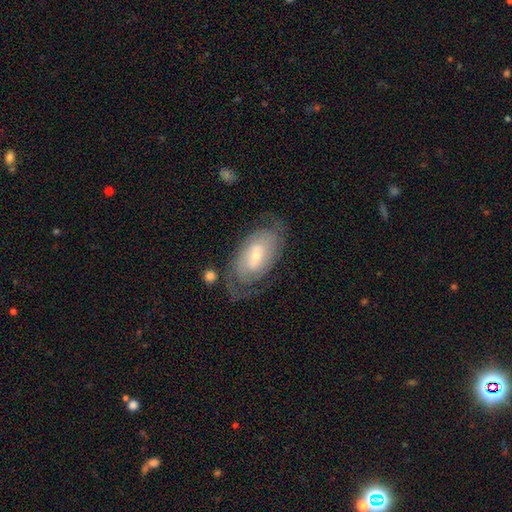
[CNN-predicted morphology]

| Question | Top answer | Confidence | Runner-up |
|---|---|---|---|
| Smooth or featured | featured or disk | 70% | smooth (23%) |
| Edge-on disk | no | 94% | yes (6%) |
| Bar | no | 45% | weak (41%) |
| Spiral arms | yes | 85% | no (15%) |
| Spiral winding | tight | 57% | medium (31%) |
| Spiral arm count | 2 | 47% | can't tell (37%) |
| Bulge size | small | 64% | moderate (31%) |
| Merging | none | 63% | minor disturbance (20%) |